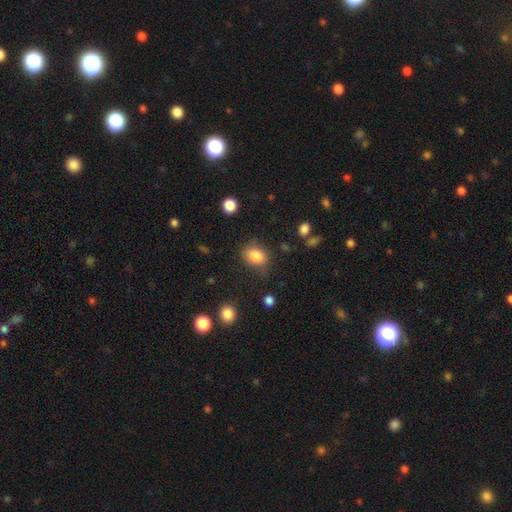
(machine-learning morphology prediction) Smooth or featured? smooth (84%)
How rounded? in between (59%)
Merging? none (73%)